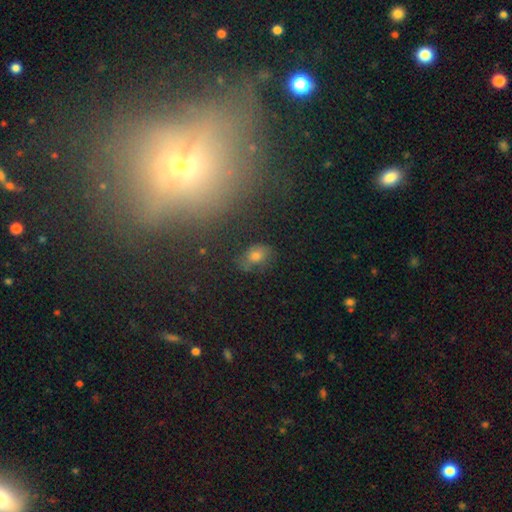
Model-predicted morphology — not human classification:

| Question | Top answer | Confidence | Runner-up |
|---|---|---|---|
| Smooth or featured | smooth | 66% | star or artifact (18%) |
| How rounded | in between | 71% | round (27%) |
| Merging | none | 61% | minor disturbance (22%) |